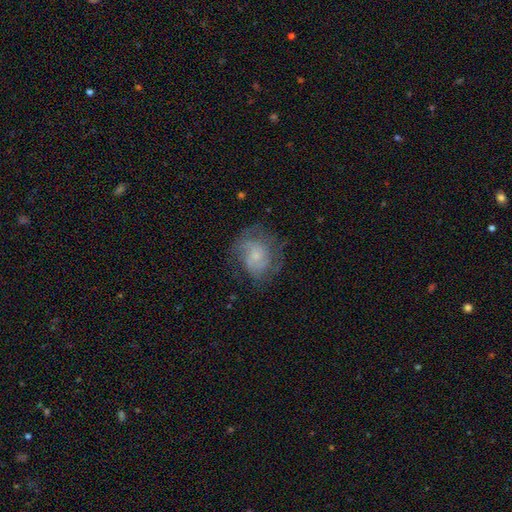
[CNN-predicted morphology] A featured or disk galaxy (66%) with no bar (72%), 2 (40%) medium (43%) spiral arms (86%) and a small central bulge (60%). Merging: none (61%).